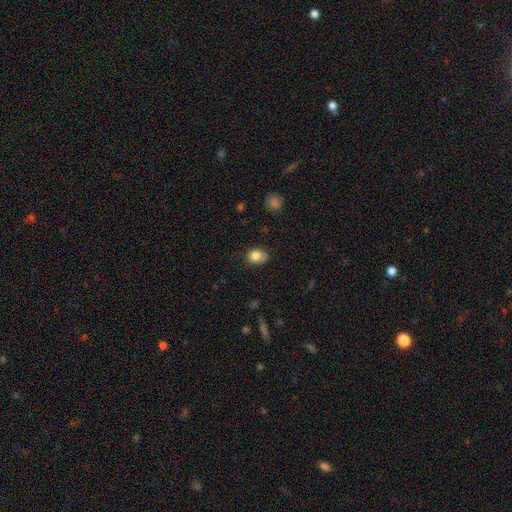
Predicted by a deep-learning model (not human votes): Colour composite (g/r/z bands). It shows a smooth galaxy with no disk features (81%) that is in between round and cigar-shaped (51%). Merging: none (61%).